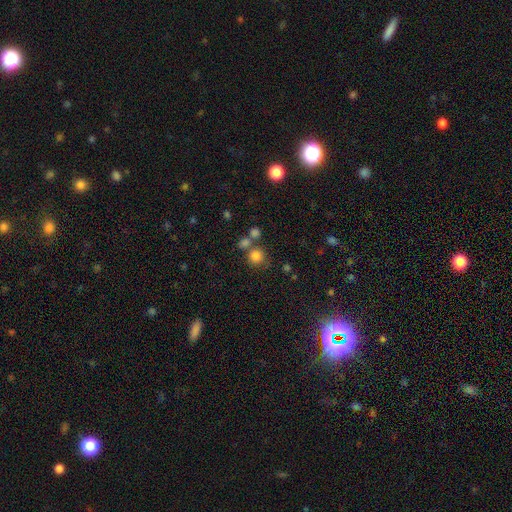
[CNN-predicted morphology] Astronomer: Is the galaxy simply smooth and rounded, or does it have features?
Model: smooth — 79%.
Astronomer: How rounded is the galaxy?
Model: round — 91%.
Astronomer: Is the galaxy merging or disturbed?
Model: none — 63%.